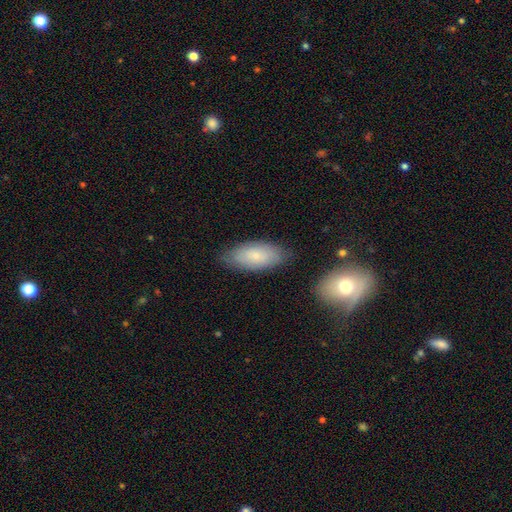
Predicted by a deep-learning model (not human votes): Smooth or featured? smooth (72%)
How rounded? in between (89%)
Merging? none (77%)